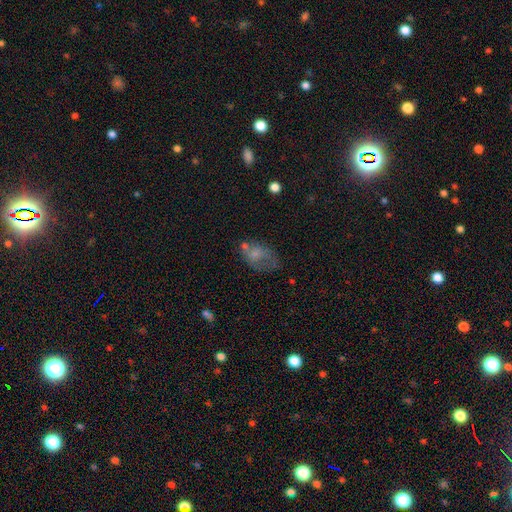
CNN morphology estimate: This appears to be a smooth galaxy with no disk features (55%) that is in between round and cigar-shaped (82%). Merging: none (39%).